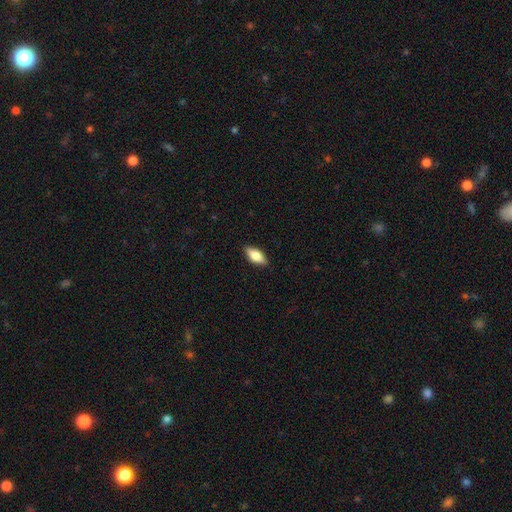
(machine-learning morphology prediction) A smooth galaxy with no disk features (71%) that is in between round and cigar-shaped (81%).

Vote fractions:
- Smooth or featured? smooth: 71% / featured or disk: 23% / star or artifact: 6%
- How rounded? in between: 81% / cigar-shaped: 16% / round: 3%
- Merging? none: 88% / minor disturbance: 9% / major disturbance: 2% / merger: 1%